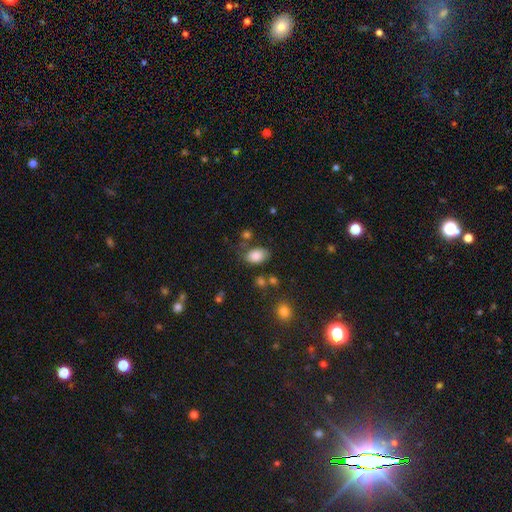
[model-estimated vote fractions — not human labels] smooth_or_featured: smooth (p=0.84) [alt: star or artifact p=0.09]
how_rounded: in between (p=0.88) [alt: round p=0.11]
merging: none (p=0.66) [alt: minor disturbance p=0.20]